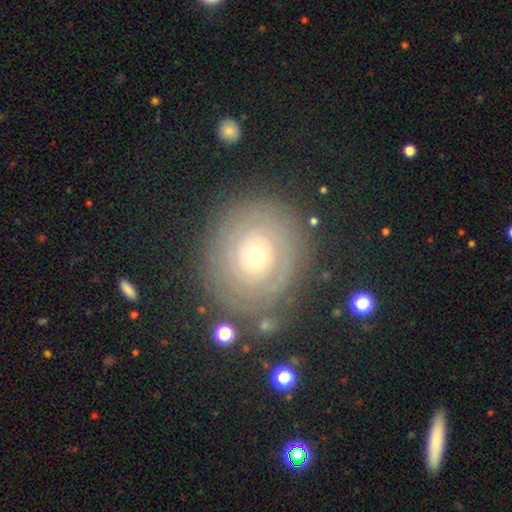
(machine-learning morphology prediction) featured or disk 58%, smooth 30%, star or artifact 12%. Down the decision tree: edge-on disk — no (96%); bar — no (88%); spiral arms — yes (63%); bulge size — small (51%); merging — none (80%).